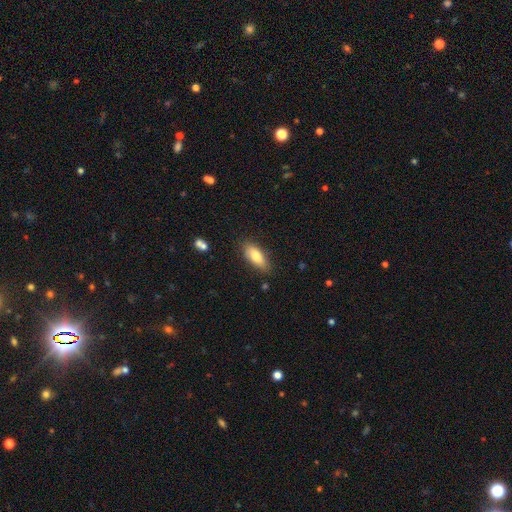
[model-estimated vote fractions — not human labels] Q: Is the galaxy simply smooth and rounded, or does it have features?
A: smooth — 80%.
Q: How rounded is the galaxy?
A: in between — 78%.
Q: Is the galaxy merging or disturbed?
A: none — 80%.